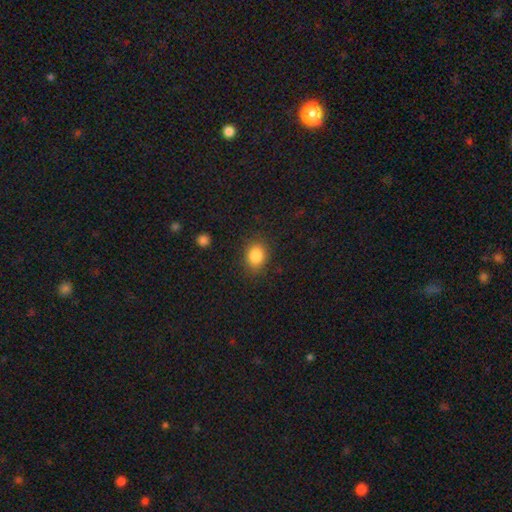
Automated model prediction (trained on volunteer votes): Smooth or featured? Predicted: smooth (p=0.85). How rounded? Predicted: round (p=0.52). Merging? Predicted: none (p=0.85).